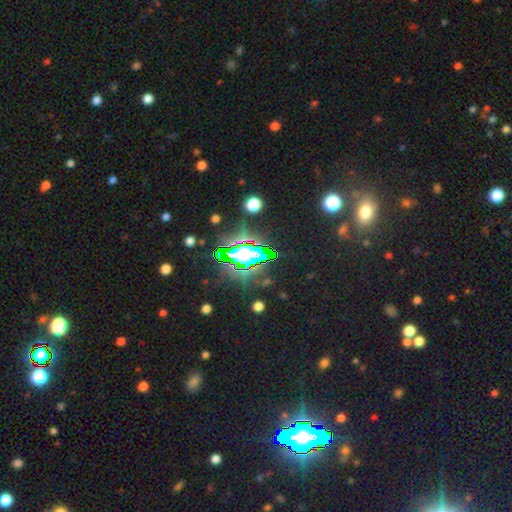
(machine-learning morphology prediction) Smooth or featured?
  - star or artifact: 79% *
  - smooth: 12%
  - featured or disk: 9%